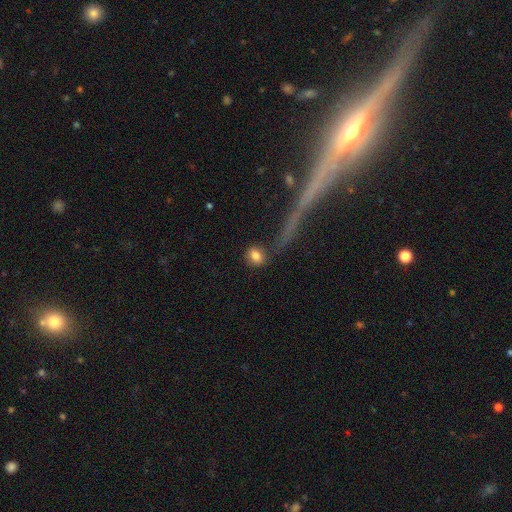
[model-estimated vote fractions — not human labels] The model was most divided on "how rounded": round: 56%, in between: 40%, cigar-shaped: 4%. More confident: smooth or featured — smooth (80%); merging — none (74%).